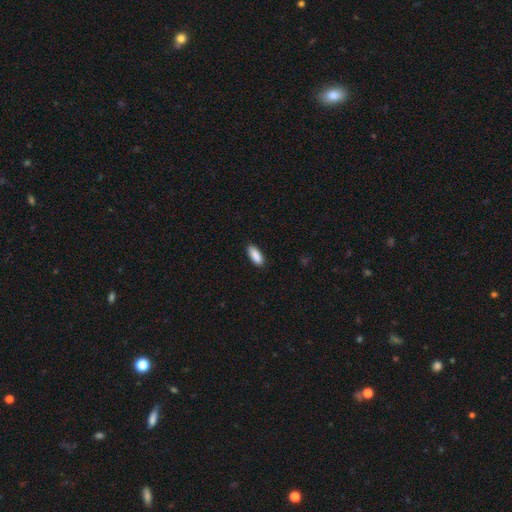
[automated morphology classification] smooth 90%, star or artifact 6%, featured or disk 4%. Down the decision tree: how rounded — in between (79%); merging — none (88%).